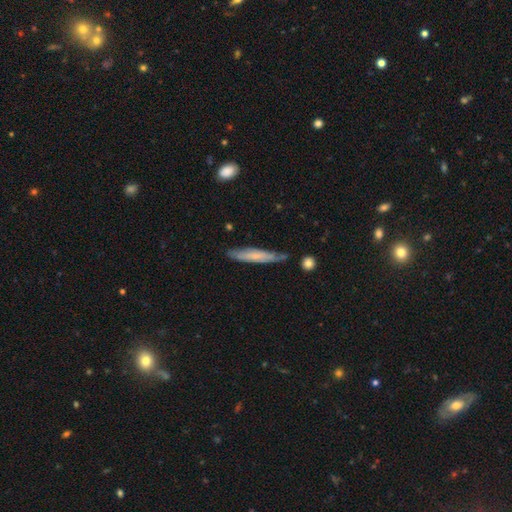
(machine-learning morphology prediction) Q: Smooth or featured?
A: smooth (54%); runner-up: featured or disk (40%)
Q: How rounded?
A: cigar-shaped (91%); runner-up: in between (8%)
Q: Merging?
A: none (75%); runner-up: minor disturbance (18%)